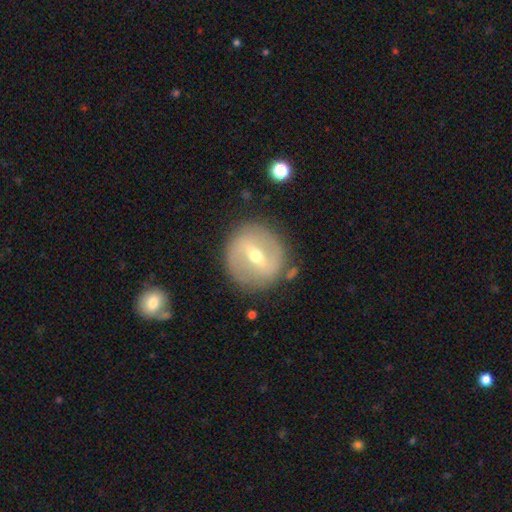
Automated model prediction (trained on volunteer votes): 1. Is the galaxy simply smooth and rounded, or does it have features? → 65% featured or disk, 28% smooth, 7% star or artifact.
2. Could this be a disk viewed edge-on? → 91% no, 9% yes.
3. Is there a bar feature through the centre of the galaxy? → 47% strong, 41% weak, 13% no.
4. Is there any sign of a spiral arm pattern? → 62% no, 38% yes.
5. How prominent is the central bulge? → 57% moderate, 39% small, 2% large, 1% dominant, 1% none.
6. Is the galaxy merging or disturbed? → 84% none, 10% minor disturbance, 4% major disturbance, 2% merger.